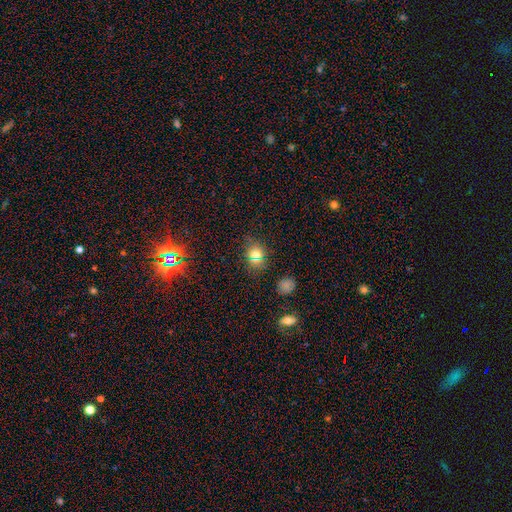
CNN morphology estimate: smooth_or_featured: smooth (p=0.66) [alt: star or artifact p=0.26]
how_rounded: round (p=0.66) [alt: in between p=0.32]
merging: none (p=0.85) [alt: minor disturbance p=0.10]